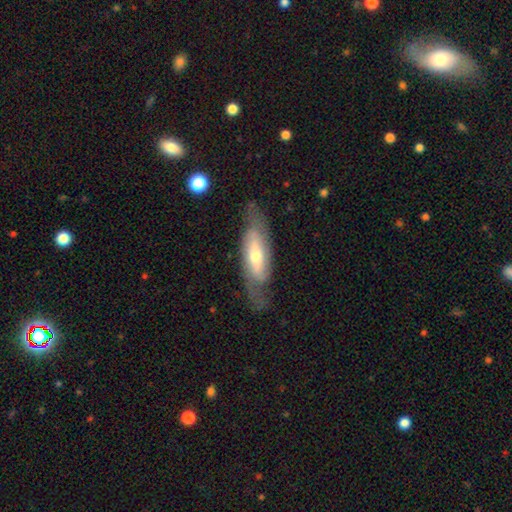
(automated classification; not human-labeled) A featured or disk galaxy (67%) with no bar (47%), spiral arms (78%) and a moderate central bulge (54%).

Vote fractions:
- Smooth or featured? featured or disk: 67% / smooth: 28% / star or artifact: 6%
- Edge-on disk? no: 77% / yes: 23%
- Bar? no: 47% / weak: 30% / strong: 23%
- Spiral arms? yes: 78% / no: 22%
- Bulge size? moderate: 54% / small: 39% / large: 5% / none: 1% / dominant: 1%
- Merging? none: 71% / minor disturbance: 19% / major disturbance: 9% / merger: 2%